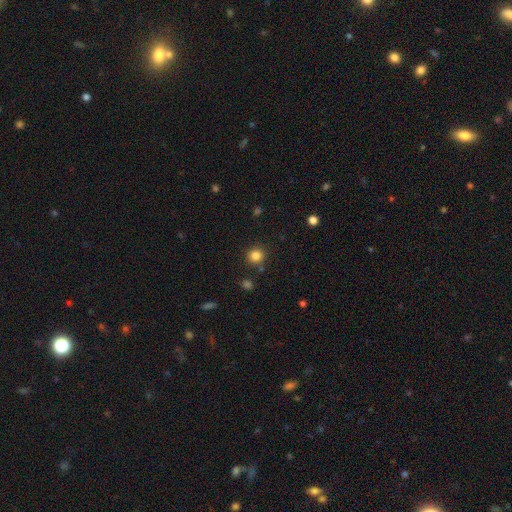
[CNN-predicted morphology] This appears to be a smooth galaxy with no disk features (84%) that is round (91%). Merging: none (85%).